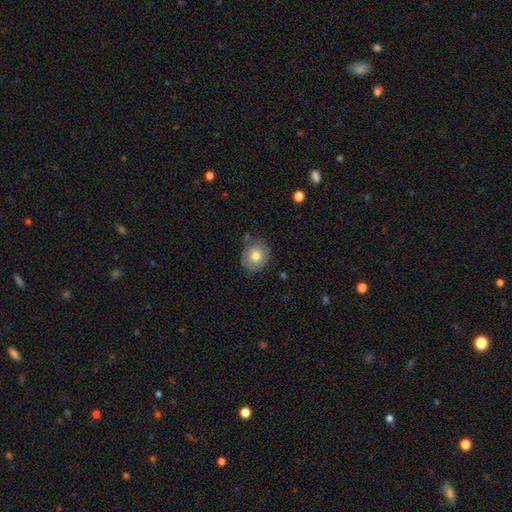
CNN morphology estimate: This is likely a smooth galaxy (77%). How rounded: likely round (72%). Merging: likely none (76%).